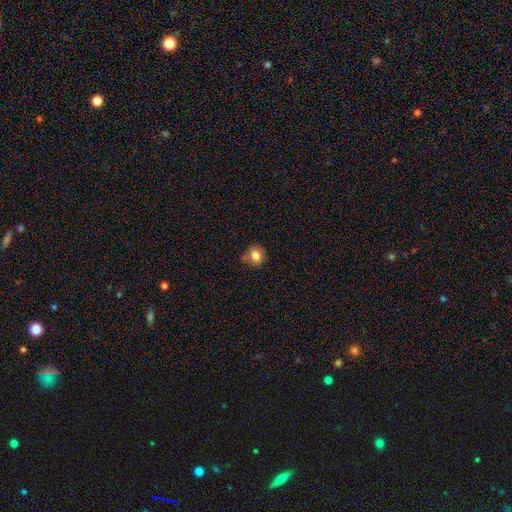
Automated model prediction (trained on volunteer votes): This appears to be a smooth galaxy with no disk features (83%) that is round (78%). Merging: none (63%).